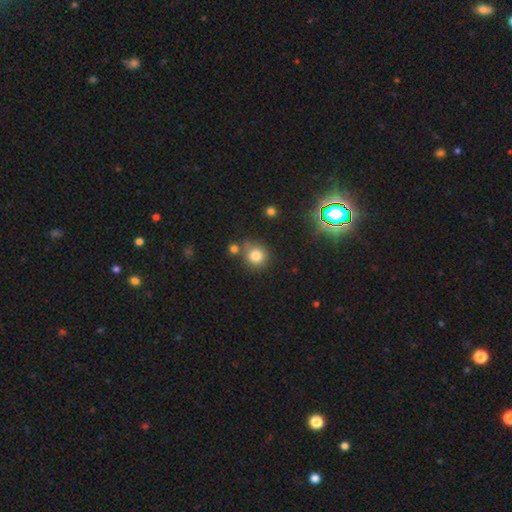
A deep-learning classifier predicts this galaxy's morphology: smooth_or_featured: smooth (p=0.80) [alt: star or artifact p=0.13]
how_rounded: round (p=0.88) [alt: in between p=0.11]
merging: none (p=0.69) [alt: merger p=0.14]